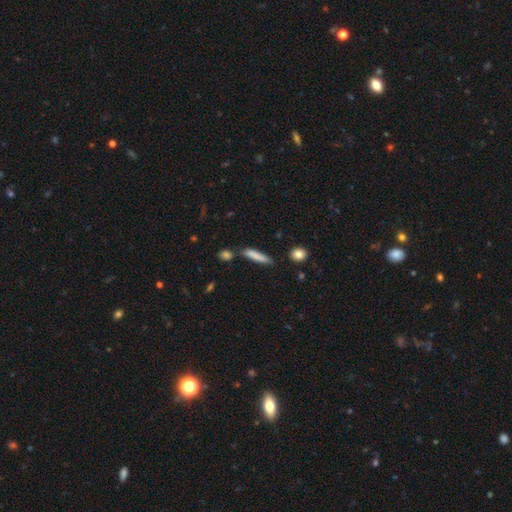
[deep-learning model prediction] Smooth or featured?
  - smooth: 79% *
  - featured or disk: 14%
  - star or artifact: 7%
How rounded?
  - cigar-shaped: 87% *
  - in between: 11%
  - round: 2%
Merging?
  - none: 74% *
  - minor disturbance: 15%
  - merger: 9%
  - major disturbance: 3%